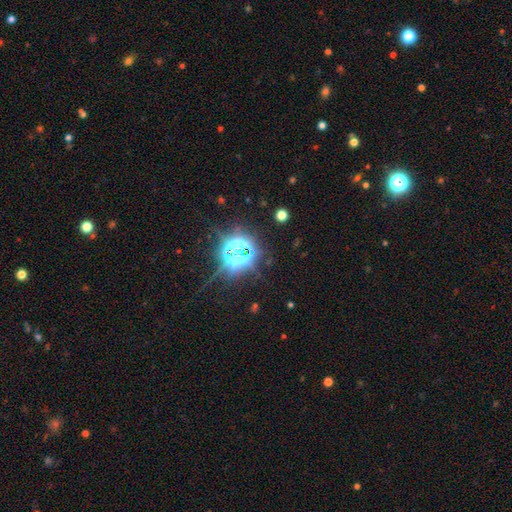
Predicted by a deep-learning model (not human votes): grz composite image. It shows a star or artifact, not a galaxy (84%).